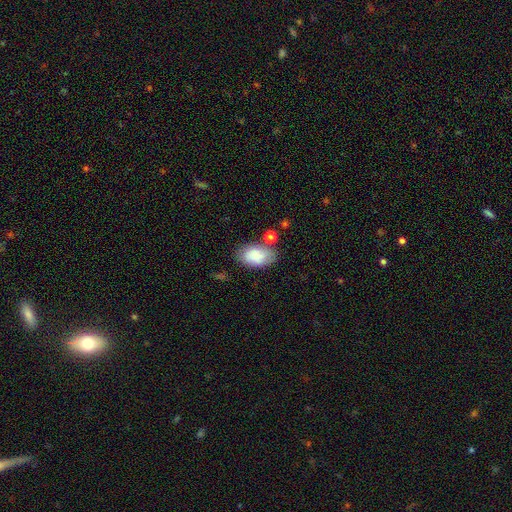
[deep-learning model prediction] smooth-or-featured: smooth: 79% | featured or disk: 13% | star or artifact: 7%
  how-rounded: in between: 92% | round: 7% | cigar-shaped: 1%
  merging: none: 67% | minor disturbance: 19% | merger: 9% | major disturbance: 5%